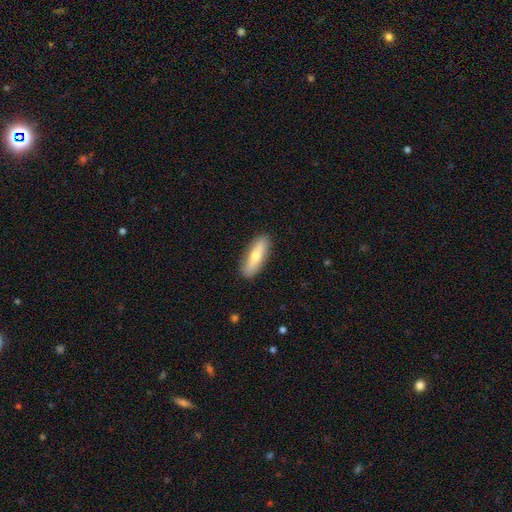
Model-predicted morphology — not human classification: This appears to be a smooth galaxy with no disk features (64%) that is cigar-shaped (49%). Merging: none (88%).